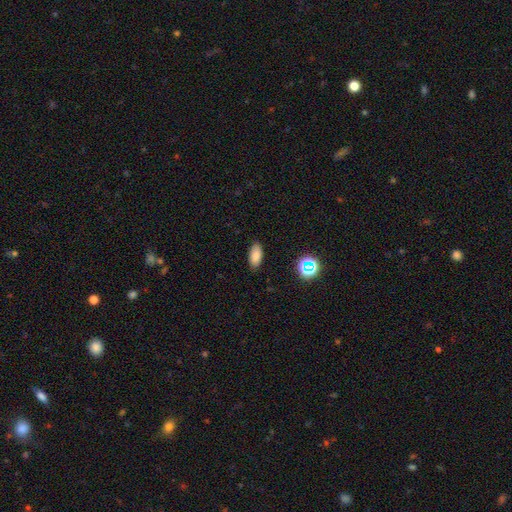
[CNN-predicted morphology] Smooth or featured? smooth (83%)
How rounded? in between (88%)
Merging? none (85%)